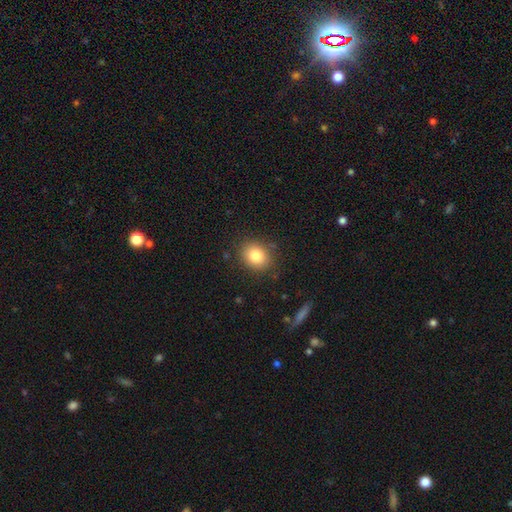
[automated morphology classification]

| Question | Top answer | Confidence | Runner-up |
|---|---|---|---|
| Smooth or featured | smooth | 82% | star or artifact (10%) |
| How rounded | round | 60% | in between (39%) |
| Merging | none | 84% | minor disturbance (11%) |